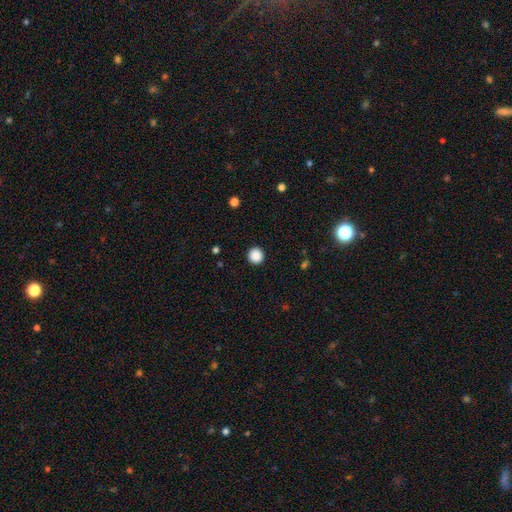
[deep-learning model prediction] Morphology: type=smooth (88%); roundness=round (95%); merging=none (93%).